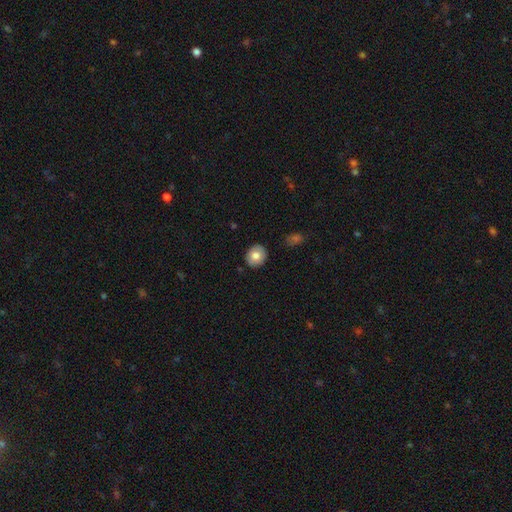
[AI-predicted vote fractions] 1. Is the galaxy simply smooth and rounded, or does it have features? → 77% smooth, 16% featured or disk, 8% star or artifact.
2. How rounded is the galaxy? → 72% round, 27% in between, 1% cigar-shaped.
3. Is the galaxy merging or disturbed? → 88% none, 9% minor disturbance, 2% major disturbance, 1% merger.